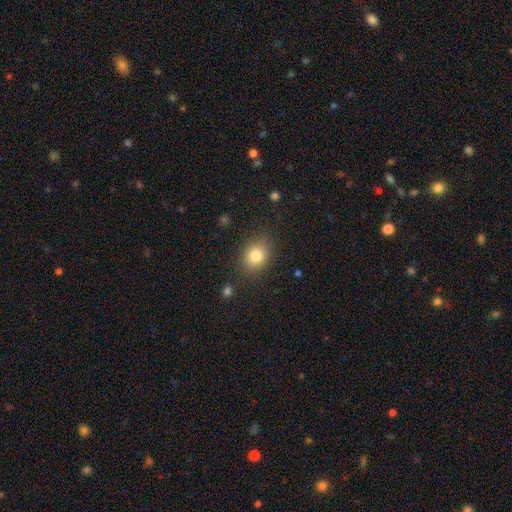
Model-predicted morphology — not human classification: The model was most divided on "how rounded": round: 51%, in between: 48%, cigar-shaped: 1%. More confident: merging — none (83%); smooth or featured — smooth (81%).